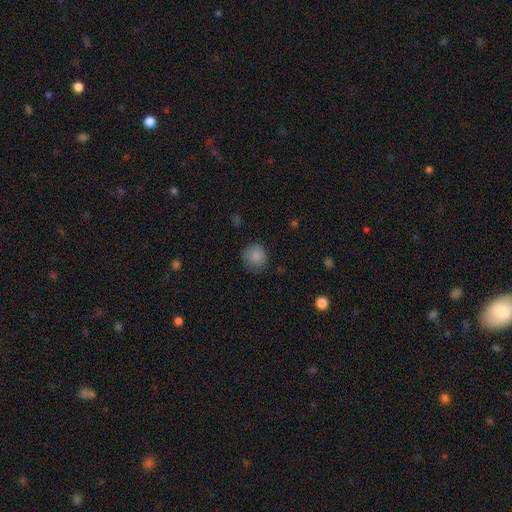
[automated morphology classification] smooth-or-featured: smooth: 86% | star or artifact: 9% | featured or disk: 5%
  how-rounded: round: 87% | in between: 12% | cigar-shaped: 1%
  merging: none: 79% | minor disturbance: 16% | major disturbance: 4% | merger: 1%